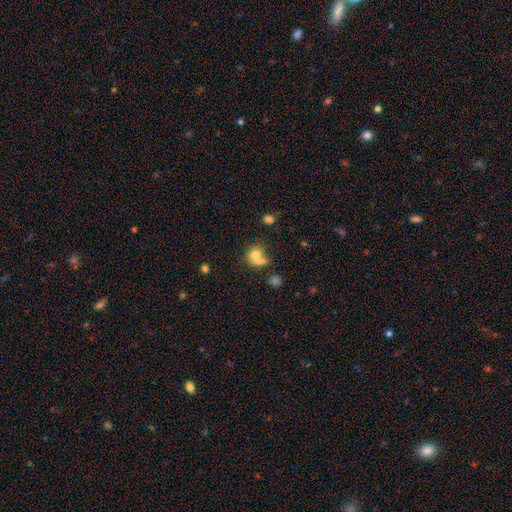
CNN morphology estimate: This is likely a smooth galaxy (73%). How rounded: likely round (70%). Merging: possibly merger (47%).